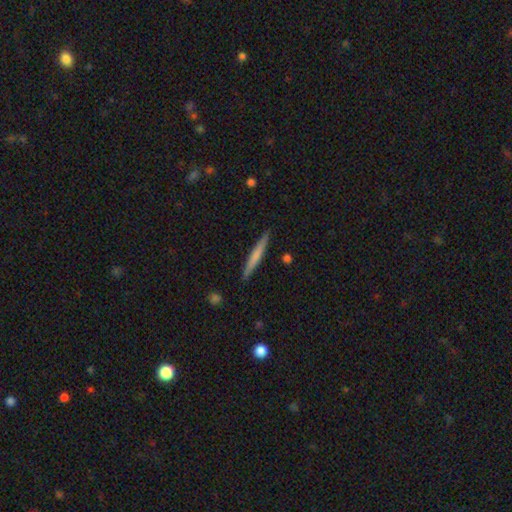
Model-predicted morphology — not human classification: This is likely a smooth galaxy (61%). How rounded: clearly cigar-shaped (96%). Merging: clearly none (90%).